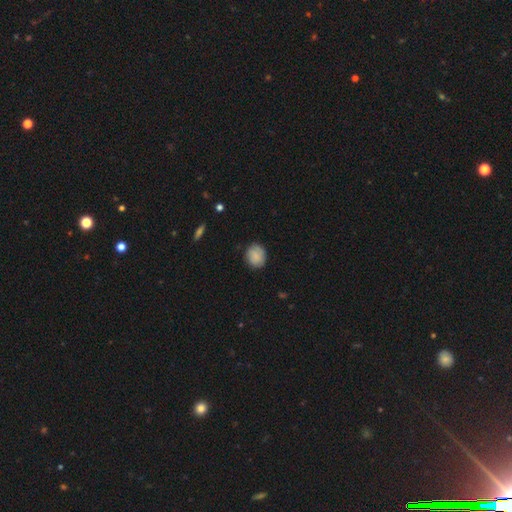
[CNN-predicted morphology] The model was most divided on "how rounded": round: 70%, in between: 29%, cigar-shaped: 1%. More confident: smooth or featured — smooth (84%); merging — none (82%).